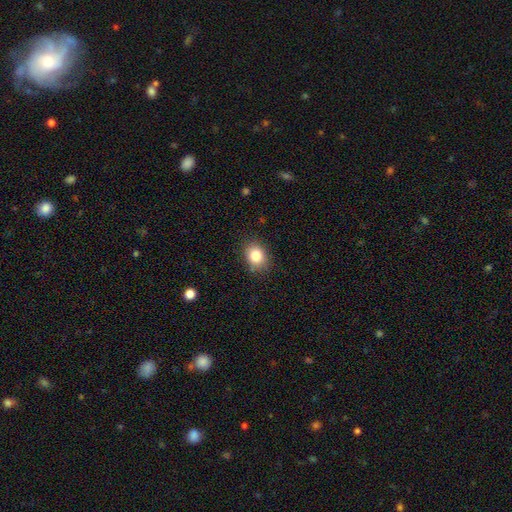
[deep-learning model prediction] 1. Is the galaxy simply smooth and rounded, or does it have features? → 84% smooth, 10% star or artifact, 7% featured or disk.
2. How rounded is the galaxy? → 51% in between, 48% round, 1% cigar-shaped.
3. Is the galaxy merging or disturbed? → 85% none, 11% minor disturbance, 3% major disturbance, 1% merger.